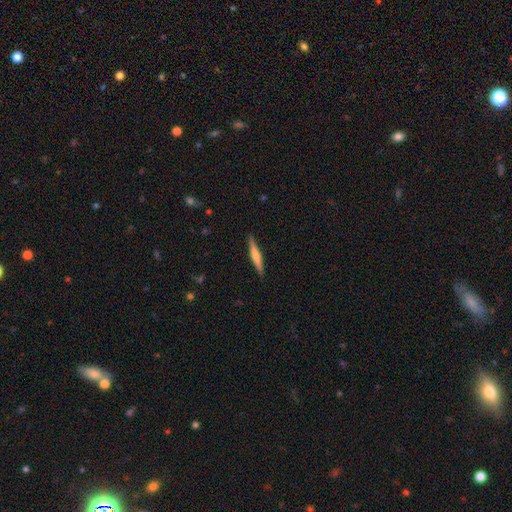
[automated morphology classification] smooth 51%, featured or disk 44%, star or artifact 6%. Down the decision tree: how rounded — cigar-shaped (93%); merging — none (90%).